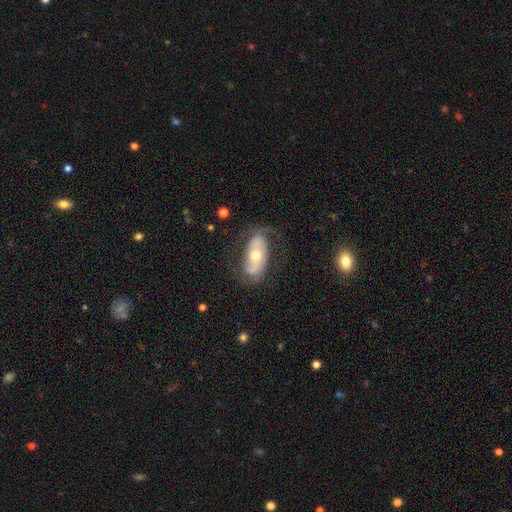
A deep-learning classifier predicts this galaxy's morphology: Smooth or featured? featured or disk (67%)
Edge-on disk? no (91%)
Bar? no (53%)
Spiral arms? yes (76%)
Bulge size? moderate (59%)
Merging? none (66%)